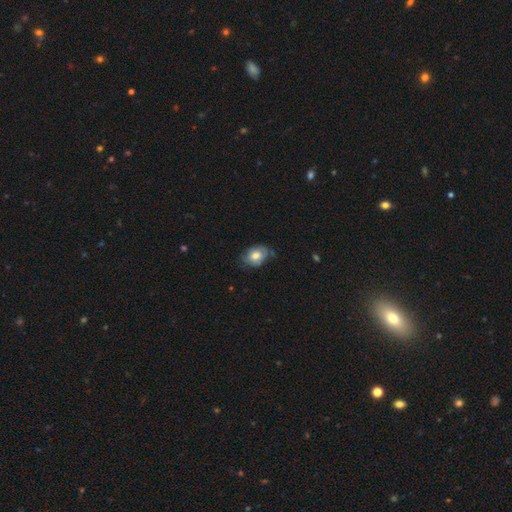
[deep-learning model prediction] Overall: smooth (69%). How rounded: in between (72%). Merging: none (63%; minor disturbance 29%).